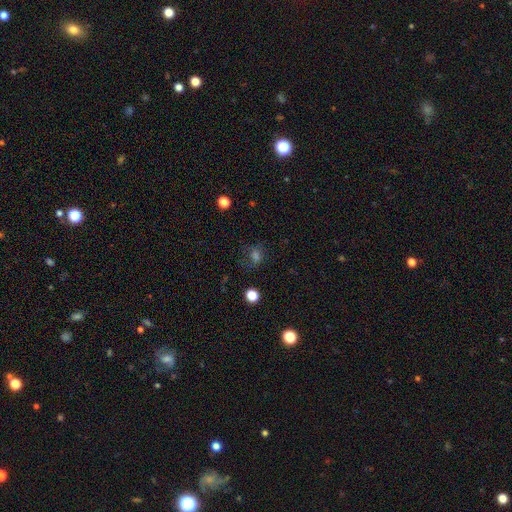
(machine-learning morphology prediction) A smooth galaxy with no disk features (52%) that is round (56%). Merging: none (60%).